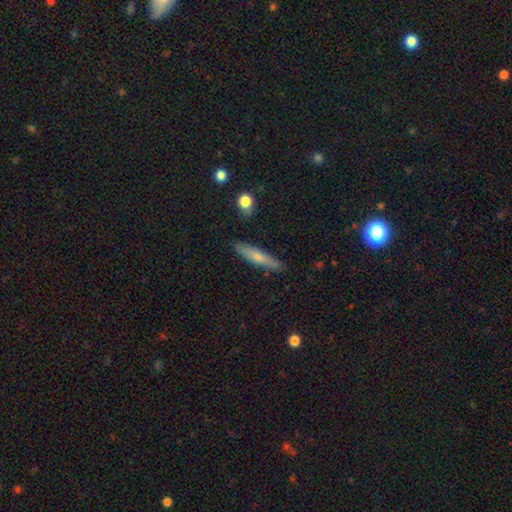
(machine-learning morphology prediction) smooth 57%, featured or disk 35%, star or artifact 7%. Down the decision tree: how rounded — cigar-shaped (87%); merging — none (88%).